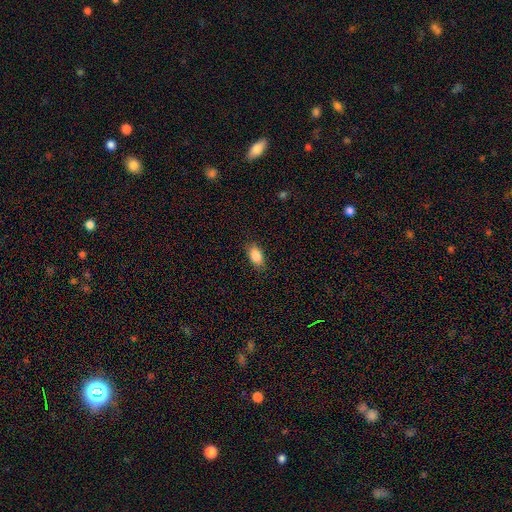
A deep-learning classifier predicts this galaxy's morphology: smooth-or-featured: smooth: 86% | star or artifact: 7% | featured or disk: 6%
  how-rounded: in between: 90% | round: 5% | cigar-shaped: 4%
  merging: none: 87% | minor disturbance: 10% | major disturbance: 2% | merger: 1%